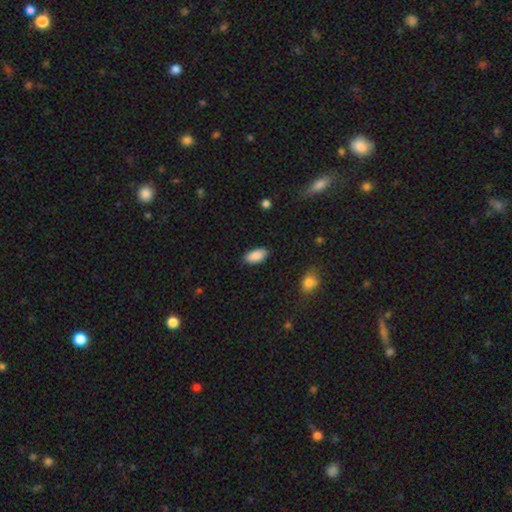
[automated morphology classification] A smooth galaxy with no disk features (90%) that is in between round and cigar-shaped (93%). Merging: none (87%).